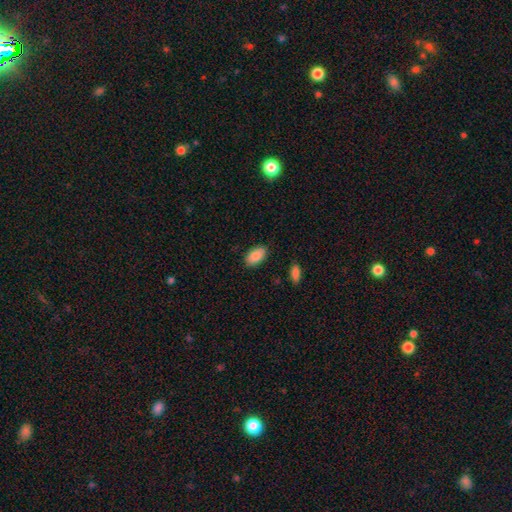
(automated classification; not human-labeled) A smooth galaxy with no disk features (89%) that is in between round and cigar-shaped (94%). Merging: none (86%).